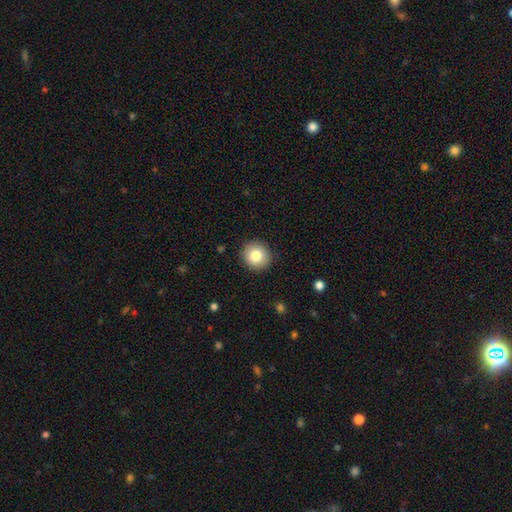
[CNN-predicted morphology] Smooth or featured? Predicted: smooth (p=0.82). How rounded? Predicted: round (p=0.92). Merging? Predicted: none (p=0.92).